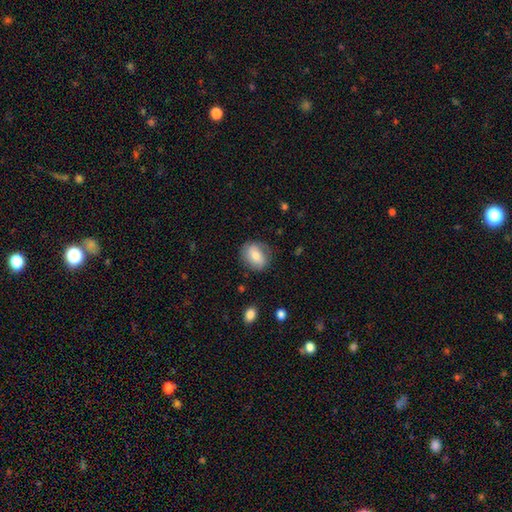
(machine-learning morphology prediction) A smooth galaxy with no disk features (70%) that is in between round and cigar-shaped (56%).

Vote fractions:
- Smooth or featured? smooth: 70% / featured or disk: 22% / star or artifact: 8%
- How rounded? in between: 56% / round: 42% / cigar-shaped: 1%
- Merging? none: 75% / minor disturbance: 18% / major disturbance: 6% / merger: 1%